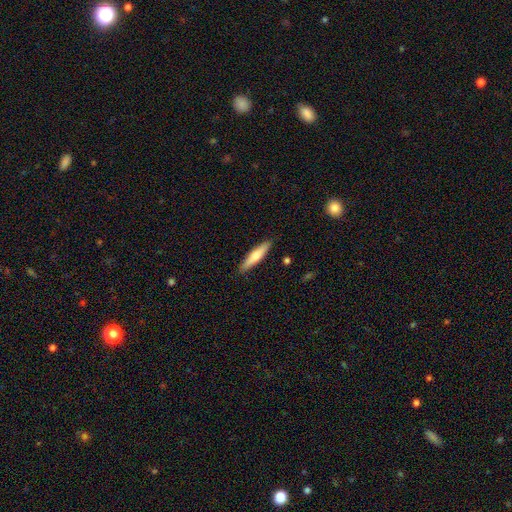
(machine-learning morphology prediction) This is likely a smooth galaxy (62%). How rounded: clearly cigar-shaped (85%). Merging: clearly none (89%).